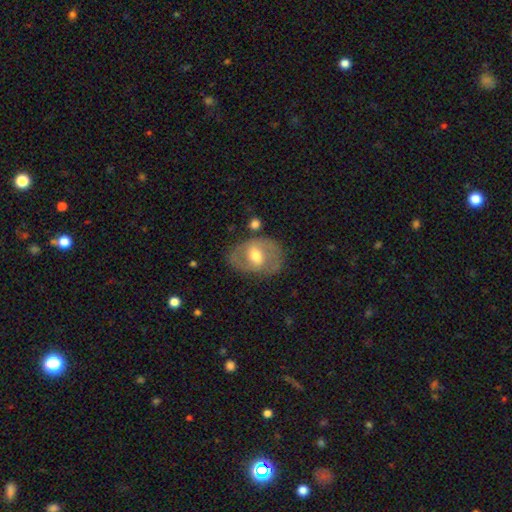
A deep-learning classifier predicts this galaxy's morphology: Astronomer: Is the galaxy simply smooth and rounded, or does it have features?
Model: featured or disk — 59% (runner-up: smooth, 35%).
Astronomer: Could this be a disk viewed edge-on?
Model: no — 94%.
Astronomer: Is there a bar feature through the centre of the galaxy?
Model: weak — 48% (runner-up: no, 31%).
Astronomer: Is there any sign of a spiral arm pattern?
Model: yes — 56% (runner-up: no, 44%).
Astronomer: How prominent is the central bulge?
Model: moderate — 73%.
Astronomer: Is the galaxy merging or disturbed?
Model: none — 69%.